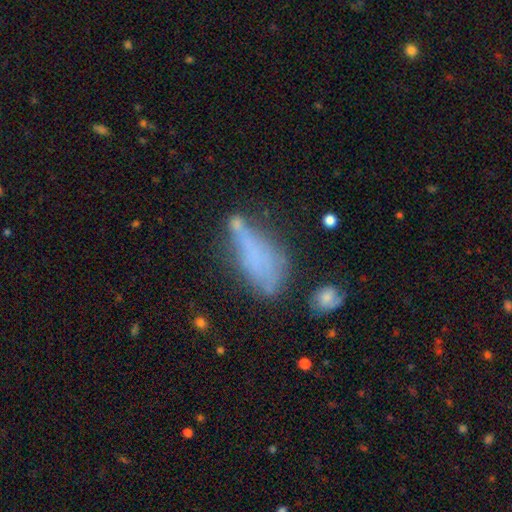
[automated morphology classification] This appears to be a smooth galaxy with no disk features (51%) that is in between round and cigar-shaped (63%). Merging: none (34%).